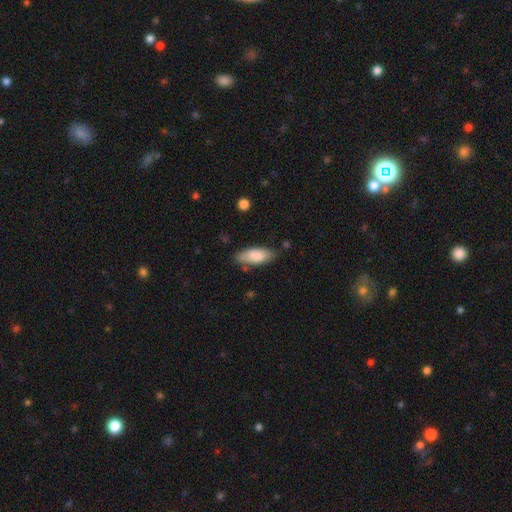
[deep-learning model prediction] A smooth galaxy with no disk features (84%) that is in between round and cigar-shaped (78%). Merging: none (76%).